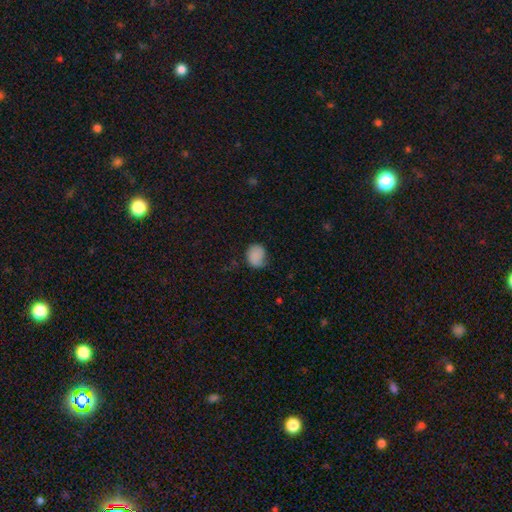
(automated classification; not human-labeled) Q: Smooth or featured?
A: smooth (80%); runner-up: featured or disk (11%)
Q: How rounded?
A: round (60%); runner-up: in between (39%)
Q: Merging?
A: none (57%); runner-up: minor disturbance (32%)